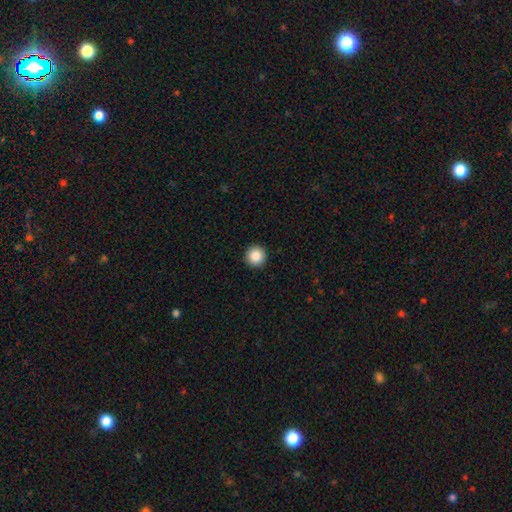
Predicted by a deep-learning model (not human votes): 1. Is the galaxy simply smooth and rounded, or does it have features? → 87% smooth, 9% star or artifact, 4% featured or disk.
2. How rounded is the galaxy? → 96% round, 3% in between, 1% cigar-shaped.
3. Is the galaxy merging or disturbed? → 93% none, 4% minor disturbance, 1% major disturbance, 1% merger.